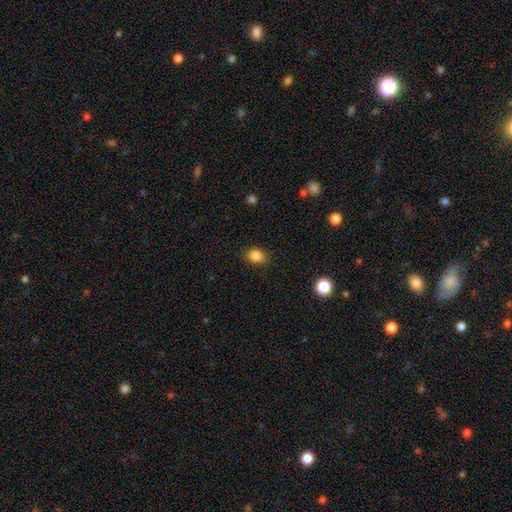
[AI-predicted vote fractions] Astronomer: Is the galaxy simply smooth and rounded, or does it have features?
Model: smooth — 85%.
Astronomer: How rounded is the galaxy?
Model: in between — 66%.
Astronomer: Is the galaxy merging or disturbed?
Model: none — 85%.